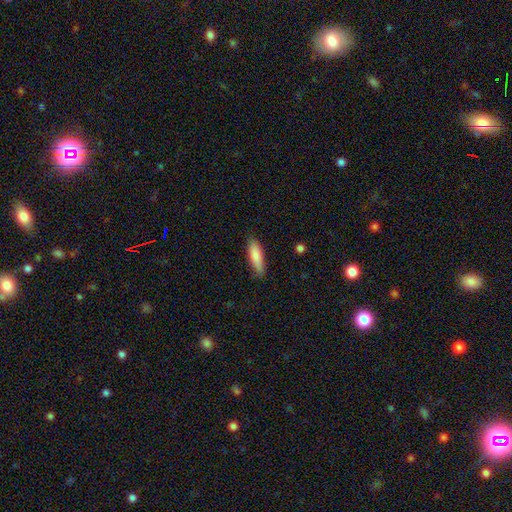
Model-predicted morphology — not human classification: Overall: smooth (82%). How rounded: cigar-shaped (54%; in between 44%). Merging: none (81%).